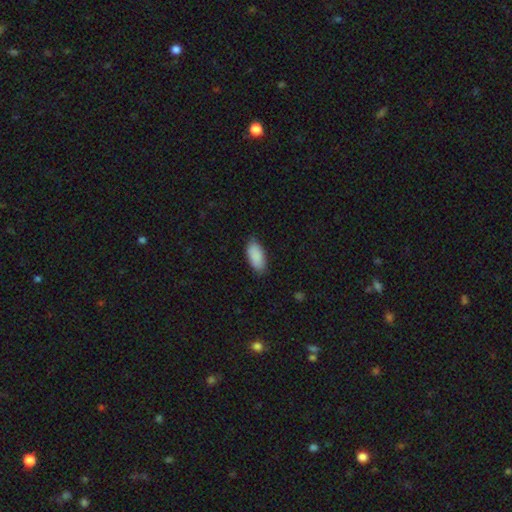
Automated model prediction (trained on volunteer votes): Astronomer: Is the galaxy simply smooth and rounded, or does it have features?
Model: smooth — 89%.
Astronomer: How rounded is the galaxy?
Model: in between — 92%.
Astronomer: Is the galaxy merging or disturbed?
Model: none — 76%.